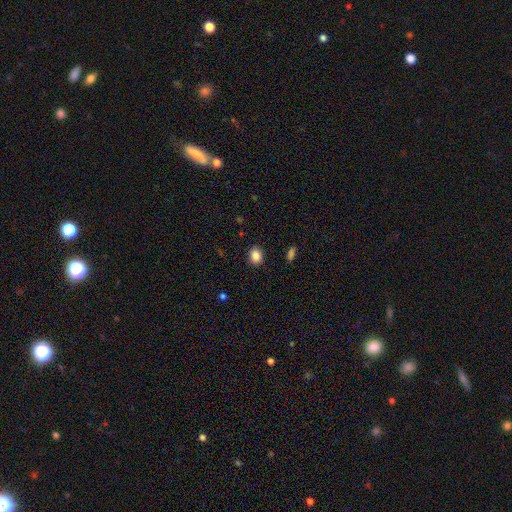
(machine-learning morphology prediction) Q: Smooth or featured?
A: smooth (87%); runner-up: star or artifact (9%)
Q: How rounded?
A: round (52%); runner-up: in between (48%)
Q: Merging?
A: none (90%); runner-up: minor disturbance (7%)